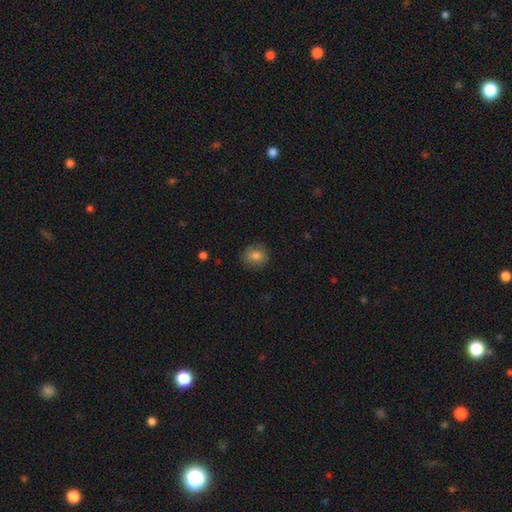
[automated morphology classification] Q: Smooth or featured?
A: smooth (82%); runner-up: star or artifact (9%)
Q: How rounded?
A: round (73%); runner-up: in between (26%)
Q: Merging?
A: none (83%); runner-up: minor disturbance (12%)